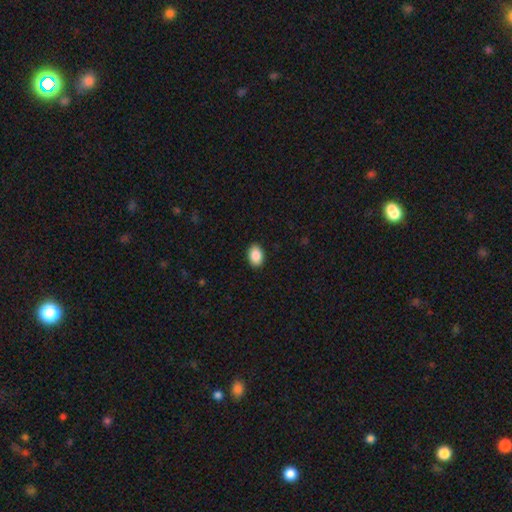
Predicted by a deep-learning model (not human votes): Overall: smooth (89%). How rounded: in between (84%). Merging: none (90%).